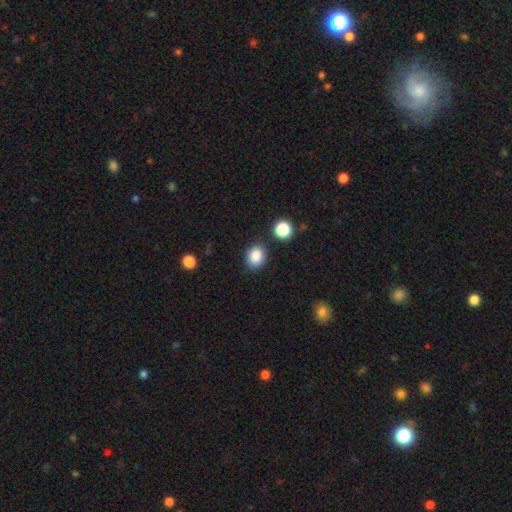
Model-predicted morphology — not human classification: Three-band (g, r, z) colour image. It shows a smooth galaxy with no disk features (86%) that is round (52%). Merging: none (82%).